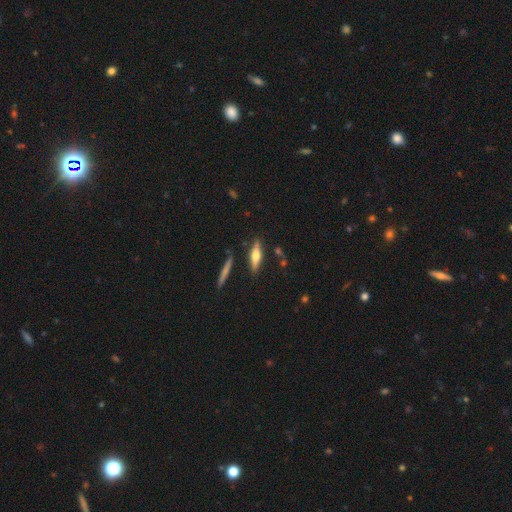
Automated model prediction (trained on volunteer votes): This appears to be a featured or disk galaxy (56%) viewed edge-on (94%) with a rounded central bulge (92%). Merging: none (83%).